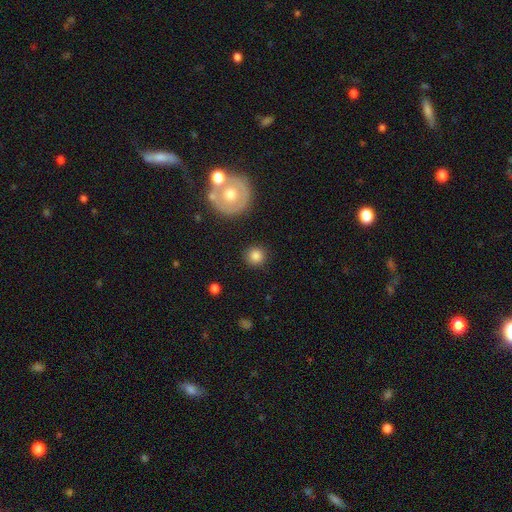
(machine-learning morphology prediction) A smooth galaxy with no disk features (83%) that is round (93%).

Vote fractions:
- Smooth or featured? smooth: 83% / star or artifact: 9% / featured or disk: 7%
- How rounded? round: 93% / in between: 6% / cigar-shaped: 1%
- Merging? none: 90% / minor disturbance: 6% / major disturbance: 2% / merger: 2%